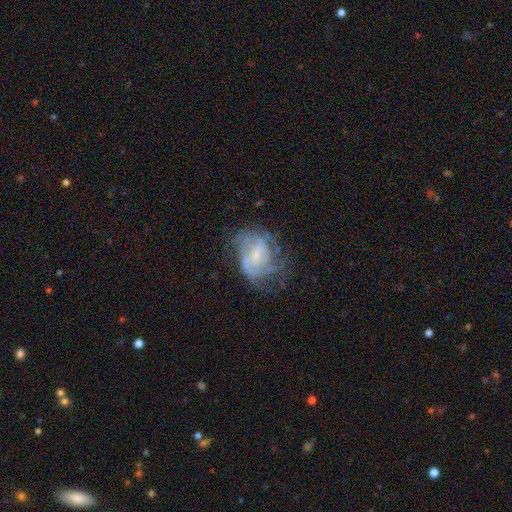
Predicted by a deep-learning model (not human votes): Smooth or featured? featured or disk (76%)
Edge-on disk? no (98%)
Bar? weak (46%)
Spiral arms? yes (83%)
Spiral winding? medium (43%)
Spiral arm count? can't tell (41%)
Bulge size? small (57%)
Merging? none (51%)